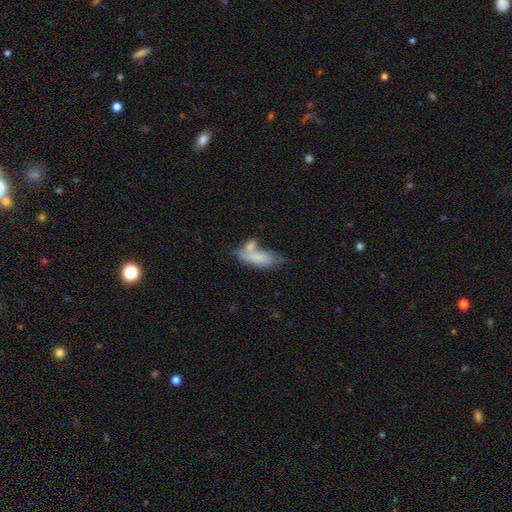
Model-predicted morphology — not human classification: Smooth or featured: smooth — 69% (featured or disk — 23%)
How rounded: in between — 75% (cigar-shaped — 22%)
Merging: merger — 44% (none — 26%)